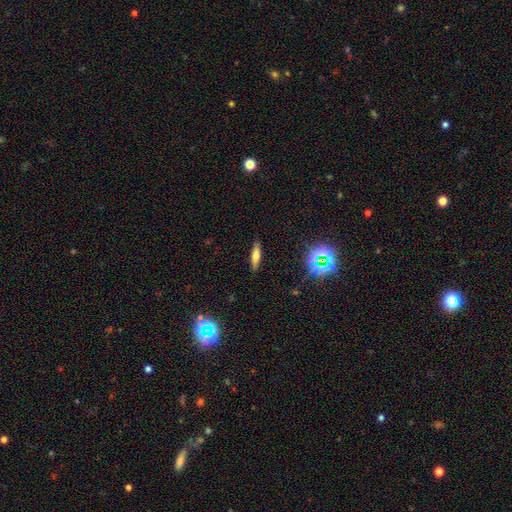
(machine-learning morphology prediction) Overall: smooth (58%; featured or disk 29%). How rounded: cigar-shaped (72%). Merging: none (88%).